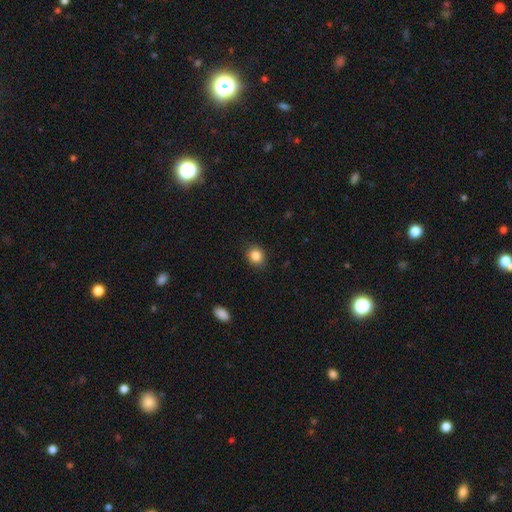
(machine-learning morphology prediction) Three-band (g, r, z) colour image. It shows a smooth galaxy with no disk features (85%) that is round (70%). Merging: none (88%).